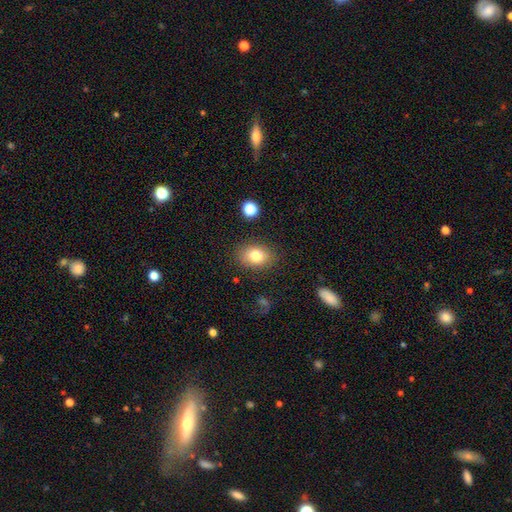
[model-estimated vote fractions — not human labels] Smooth or featured? smooth (79%)
How rounded? in between (66%)
Merging? none (82%)